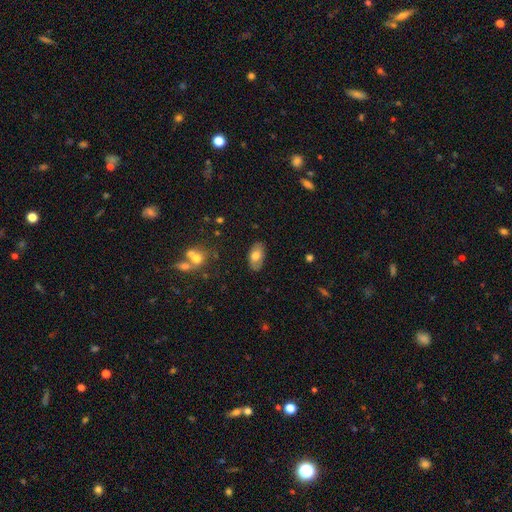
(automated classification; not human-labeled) A smooth galaxy with no disk features (70%) that is in between round and cigar-shaped (93%).

Vote fractions:
- Smooth or featured? smooth: 70% / featured or disk: 23% / star or artifact: 7%
- How rounded? in between: 93% / round: 4% / cigar-shaped: 2%
- Merging? none: 81% / minor disturbance: 14% / major disturbance: 3% / merger: 2%